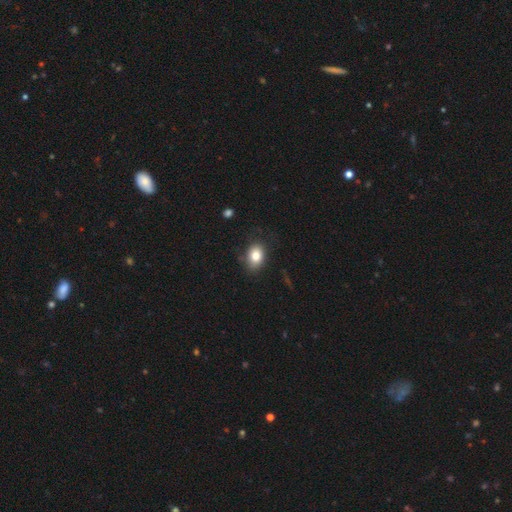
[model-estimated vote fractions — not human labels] A smooth galaxy with no disk features (81%) that is in between round and cigar-shaped (70%).

Vote fractions:
- Smooth or featured? smooth: 81% / featured or disk: 10% / star or artifact: 10%
- How rounded? in between: 70% / round: 29% / cigar-shaped: 1%
- Merging? none: 80% / minor disturbance: 15% / major disturbance: 4% / merger: 1%